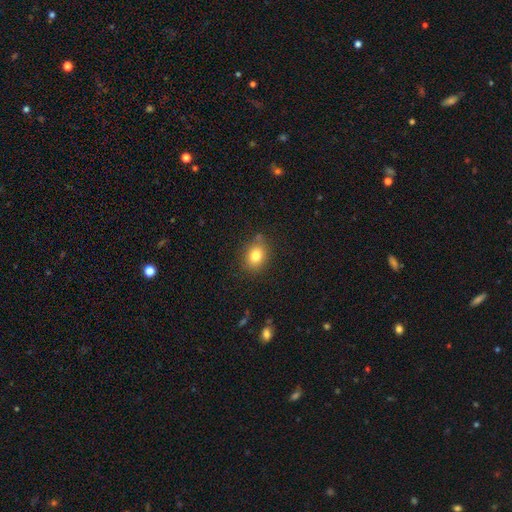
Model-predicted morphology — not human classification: Q: Smooth or featured?
A: smooth (80%); runner-up: star or artifact (11%)
Q: How rounded?
A: in between (53%); runner-up: round (45%)
Q: Merging?
A: none (79%); runner-up: minor disturbance (14%)